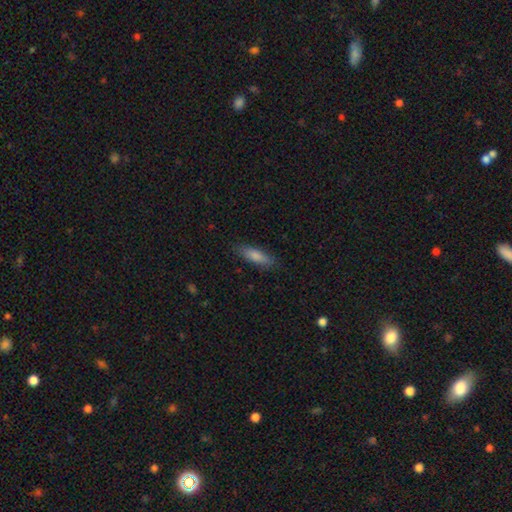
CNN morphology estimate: type=smooth (82%); roundness=cigar-shaped (51%); merging=none (84%).